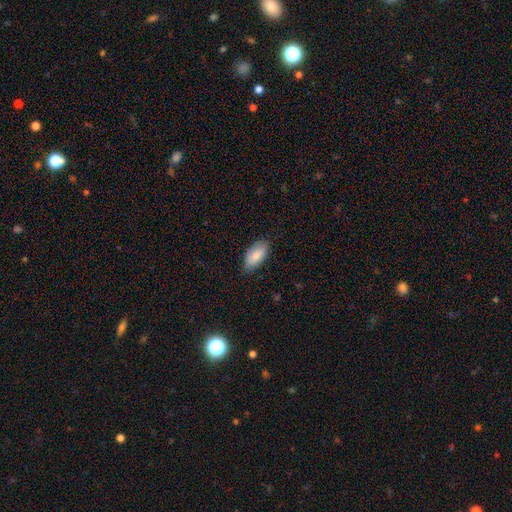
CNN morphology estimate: type=smooth (83%); roundness=in between (92%); merging=none (80%).